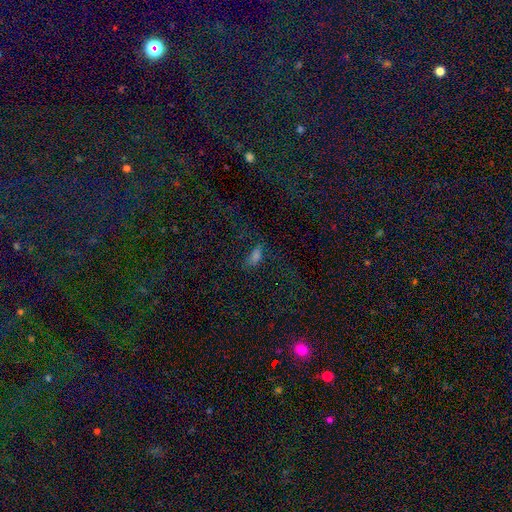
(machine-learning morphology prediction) smooth_or_featured: smooth (p=0.54) [alt: star or artifact p=0.32]
how_rounded: in between (p=0.77) [alt: cigar-shaped p=0.14]
merging: none (p=0.58) [alt: major disturbance p=0.19]